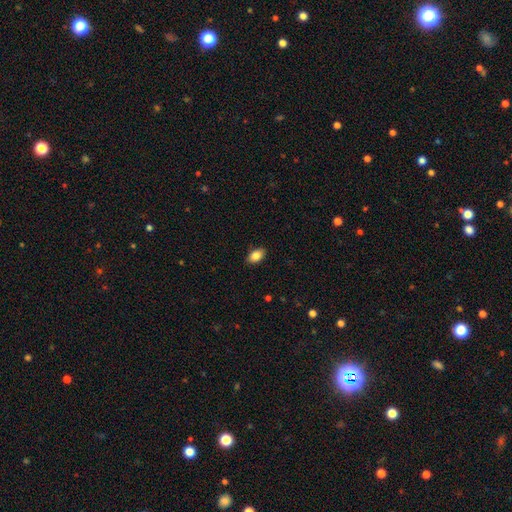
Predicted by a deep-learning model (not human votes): smooth 85%, star or artifact 8%, featured or disk 7%. Down the decision tree: how rounded — in between (90%); merging — none (88%).